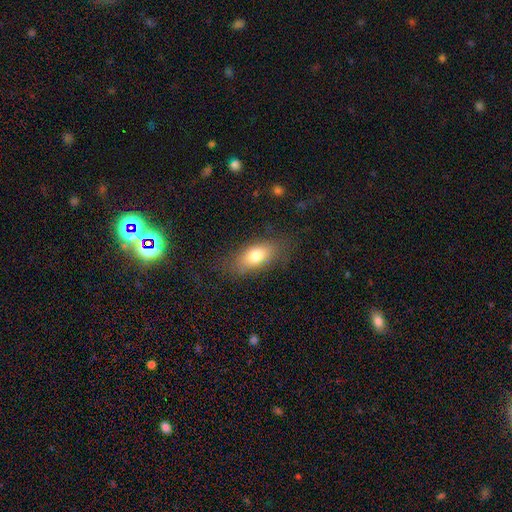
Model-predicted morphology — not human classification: smooth 76%, featured or disk 16%, star or artifact 8%. Down the decision tree: how rounded — in between (85%); merging — none (75%).